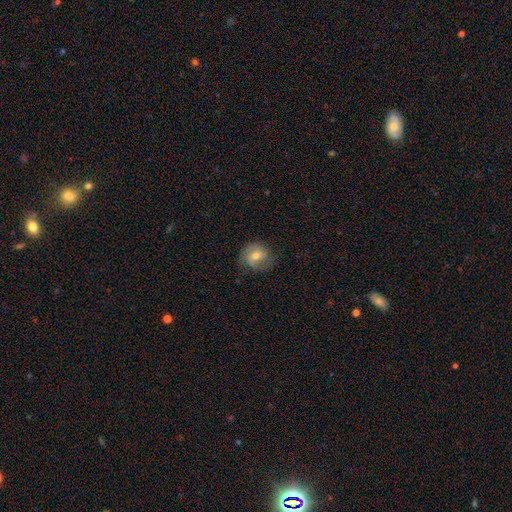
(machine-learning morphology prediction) A featured or disk galaxy (55%) with a weak bar (46%), spiral arms (83%) and a moderate central bulge (57%).

Vote fractions:
- Smooth or featured? featured or disk: 55% / smooth: 36% / star or artifact: 9%
- Edge-on disk? no: 96% / yes: 4%
- Bar? weak: 46% / no: 38% / strong: 16%
- Spiral arms? yes: 83% / no: 17%
- Bulge size? moderate: 57% / small: 36% / large: 4% / none: 2% / dominant: 1%
- Merging? none: 73% / minor disturbance: 18% / major disturbance: 8% / merger: 1%